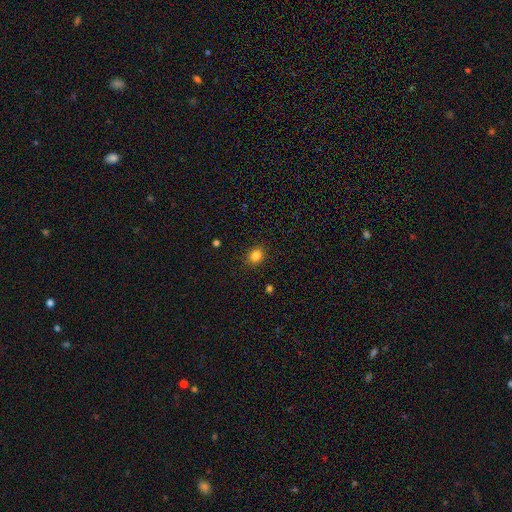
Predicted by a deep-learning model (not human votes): A smooth galaxy with no disk features (84%) that is round (59%).

Vote fractions:
- Smooth or featured? smooth: 84% / star or artifact: 11% / featured or disk: 5%
- How rounded? round: 59% / in between: 40% / cigar-shaped: 1%
- Merging? none: 89% / minor disturbance: 8% / major disturbance: 2% / merger: 1%